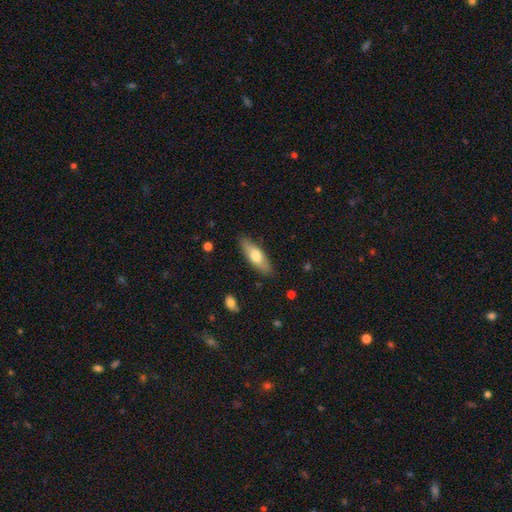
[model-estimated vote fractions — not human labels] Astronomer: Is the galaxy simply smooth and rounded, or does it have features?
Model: smooth — 65%.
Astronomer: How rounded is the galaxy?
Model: in between — 55% (runner-up: cigar-shaped, 42%).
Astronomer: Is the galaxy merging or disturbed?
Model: none — 86%.